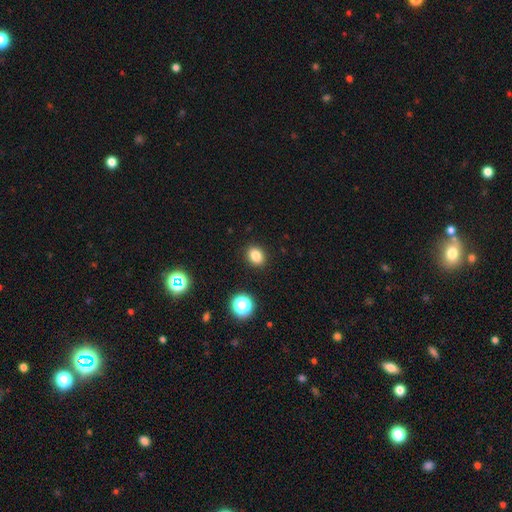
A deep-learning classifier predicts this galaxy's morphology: smooth-or-featured: smooth: 82% | star or artifact: 13% | featured or disk: 5%
  how-rounded: round: 50% | in between: 49% | cigar-shaped: 1%
  merging: none: 90% | minor disturbance: 6% | major disturbance: 2% | merger: 1%